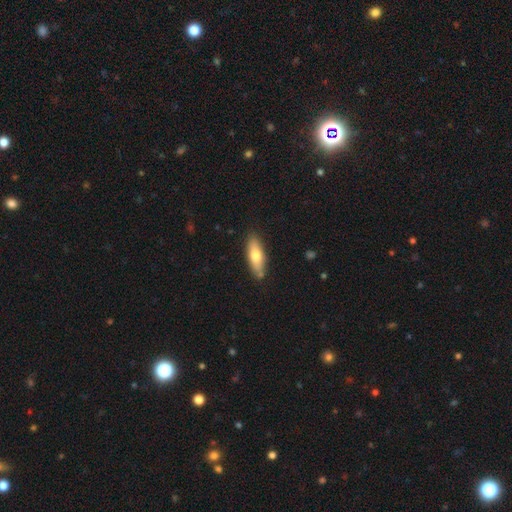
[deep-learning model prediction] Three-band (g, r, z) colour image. It shows a smooth galaxy with no disk features (69%) that is in between round and cigar-shaped (60%). Merging: none (80%).